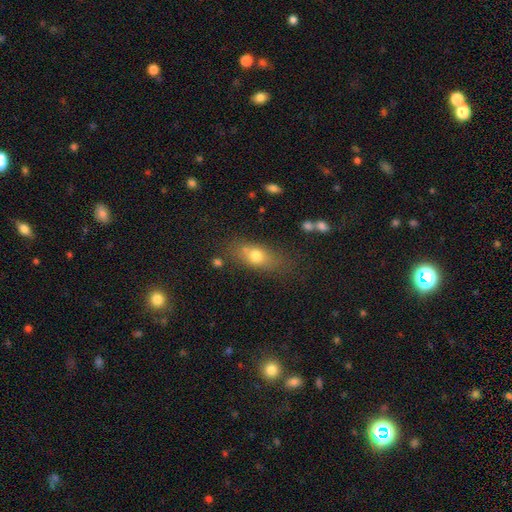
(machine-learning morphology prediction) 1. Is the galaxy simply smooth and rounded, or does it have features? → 71% smooth, 19% featured or disk, 11% star or artifact.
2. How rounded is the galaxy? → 70% in between, 17% cigar-shaped, 14% round.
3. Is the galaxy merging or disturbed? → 66% none, 18% minor disturbance, 9% merger, 7% major disturbance.